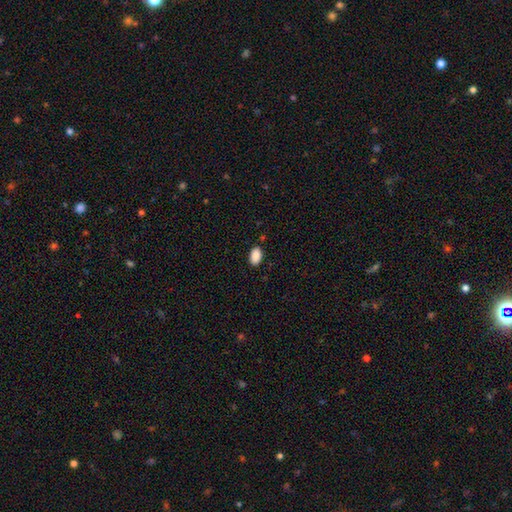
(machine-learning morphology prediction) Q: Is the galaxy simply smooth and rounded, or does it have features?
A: smooth — 90%.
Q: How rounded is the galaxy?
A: in between — 93%.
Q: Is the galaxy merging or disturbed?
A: none — 87%.